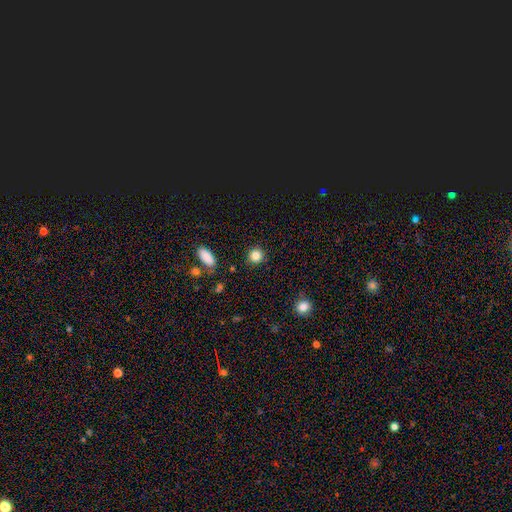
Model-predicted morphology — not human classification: This appears to be a smooth galaxy with no disk features (85%) that is round (90%). Merging: none (90%).